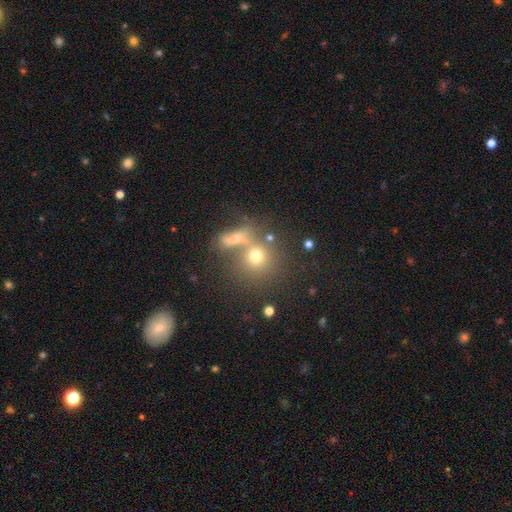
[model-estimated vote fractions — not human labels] Q: Smooth or featured?
A: smooth (67%); runner-up: featured or disk (17%)
Q: How rounded?
A: round (83%); runner-up: in between (15%)
Q: Merging?
A: none (46%); runner-up: merger (38%)